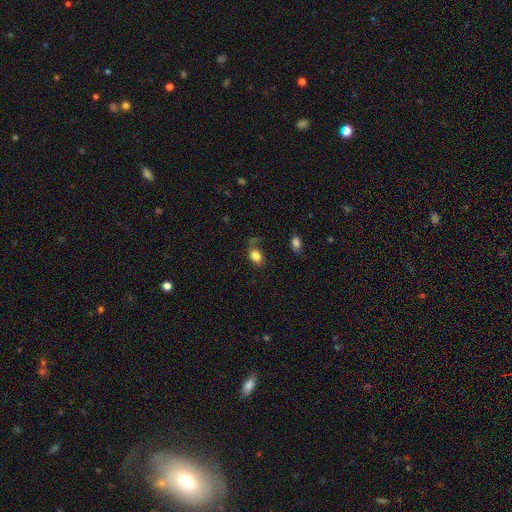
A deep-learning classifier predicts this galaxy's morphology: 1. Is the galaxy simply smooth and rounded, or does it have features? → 82% smooth, 10% star or artifact, 8% featured or disk.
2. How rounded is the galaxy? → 79% in between, 20% round, 2% cigar-shaped.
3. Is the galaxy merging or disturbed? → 68% none, 19% minor disturbance, 7% major disturbance, 6% merger.